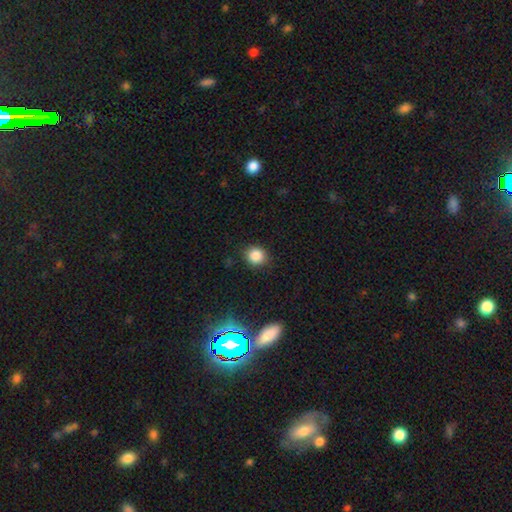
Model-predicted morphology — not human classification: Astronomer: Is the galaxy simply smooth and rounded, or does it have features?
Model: smooth — 84%.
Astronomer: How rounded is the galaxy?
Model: round — 81%.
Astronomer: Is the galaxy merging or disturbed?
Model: none — 86%.